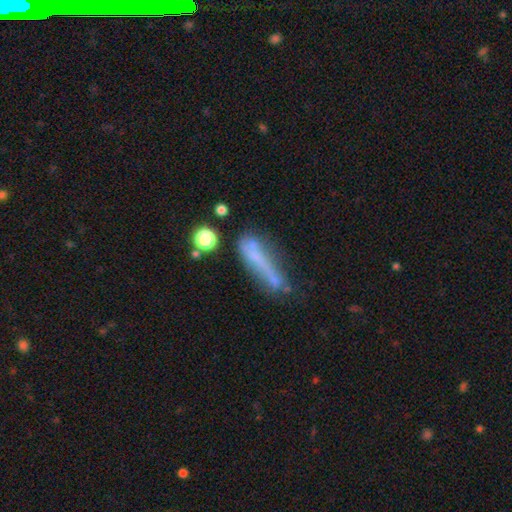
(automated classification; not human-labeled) smooth 48%, featured or disk 39%, star or artifact 13%. Down the decision tree: merging — none (41%).